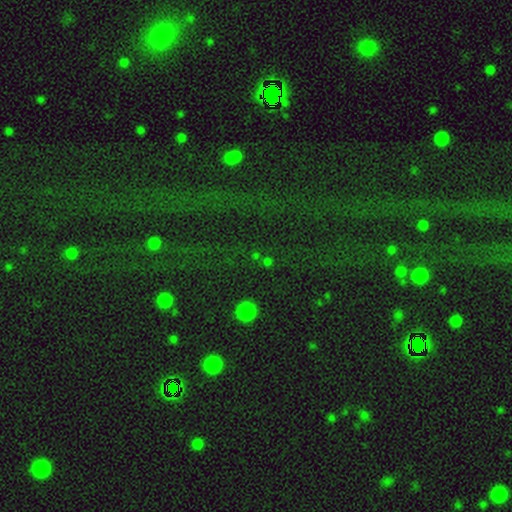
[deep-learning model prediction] A smooth galaxy with no disk features (52%) that is round (90%).

Vote fractions:
- Smooth or featured? smooth: 52% / star or artifact: 42% / featured or disk: 6%
- How rounded? round: 90% / in between: 8% / cigar-shaped: 2%
- Merging? none: 86% / minor disturbance: 6% / major disturbance: 4% / merger: 4%